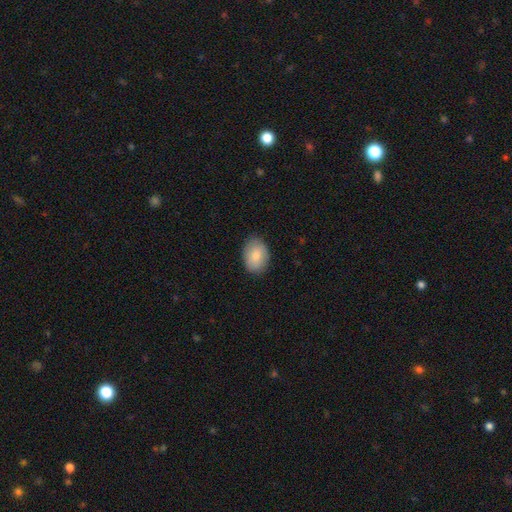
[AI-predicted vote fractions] Smooth or featured?
  - smooth: 83% *
  - featured or disk: 10%
  - star or artifact: 6%
How rounded?
  - in between: 80% *
  - round: 19%
  - cigar-shaped: 1%
Merging?
  - none: 85% *
  - minor disturbance: 12%
  - major disturbance: 2%
  - merger: 1%